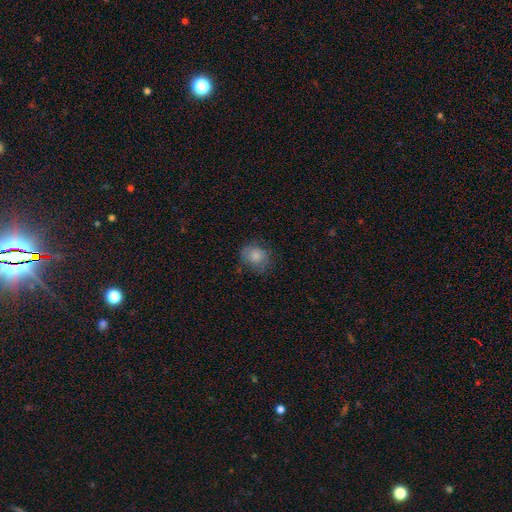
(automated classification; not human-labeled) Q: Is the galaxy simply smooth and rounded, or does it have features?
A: smooth — 77%.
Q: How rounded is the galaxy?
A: round — 63%.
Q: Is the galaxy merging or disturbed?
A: none — 68%.